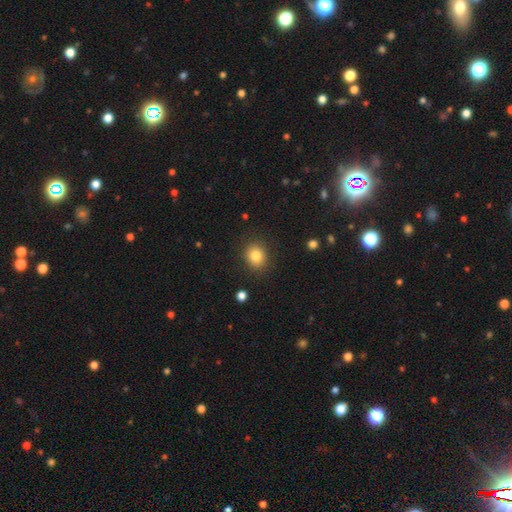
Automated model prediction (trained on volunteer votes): Morphology: type=smooth (83%); roundness=round (69%); merging=none (87%).